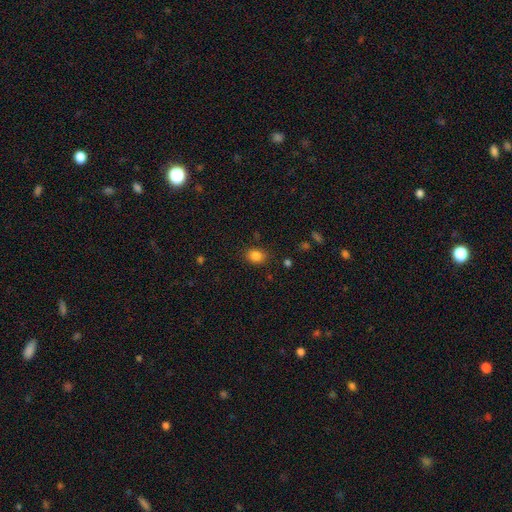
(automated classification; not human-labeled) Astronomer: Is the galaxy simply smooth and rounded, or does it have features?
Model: smooth — 84%.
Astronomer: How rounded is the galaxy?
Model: in between — 57% (runner-up: round, 42%).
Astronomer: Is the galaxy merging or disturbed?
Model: none — 83%.